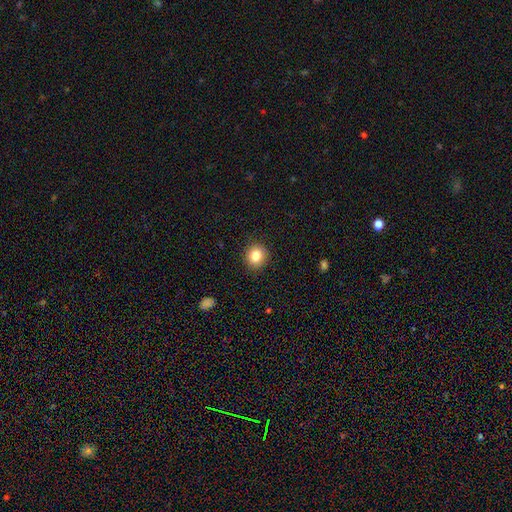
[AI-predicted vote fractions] Morphology: type=smooth (83%); roundness=round (86%); merging=none (91%).